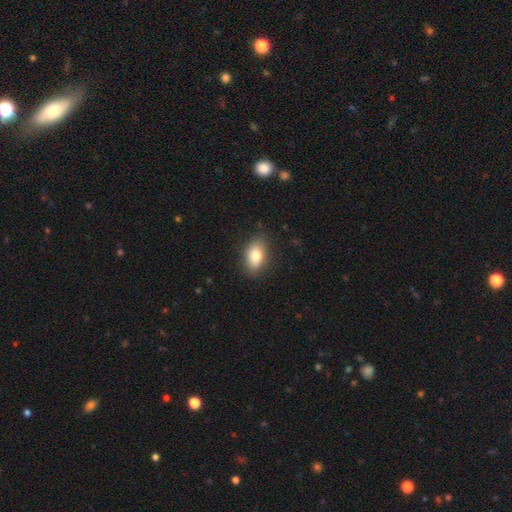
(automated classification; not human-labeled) smooth-or-featured: smooth: 81% | featured or disk: 11% | star or artifact: 8%
  how-rounded: in between: 87% | round: 10% | cigar-shaped: 3%
  merging: none: 82% | minor disturbance: 14% | major disturbance: 3% | merger: 1%